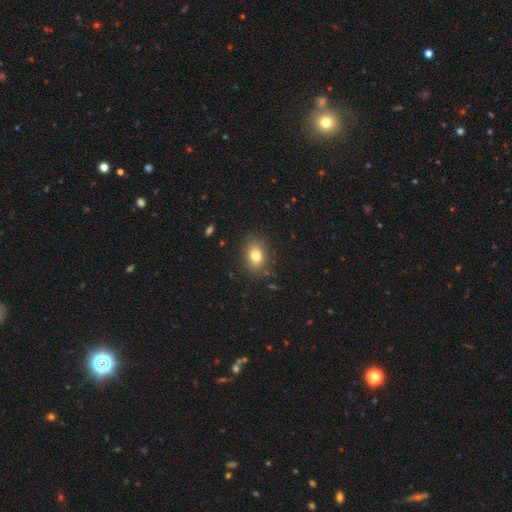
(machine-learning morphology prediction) type=smooth (79%); roundness=in between (67%); merging=none (85%).